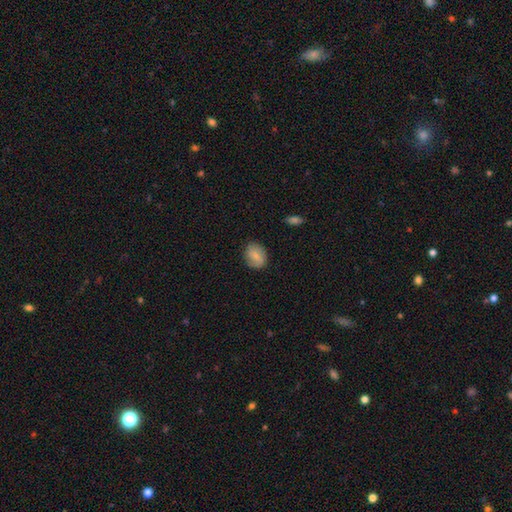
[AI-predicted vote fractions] The model was most divided on "how rounded": in between: 53%, round: 46%, cigar-shaped: 1%. More confident: merging — none (80%); smooth or featured — smooth (71%).